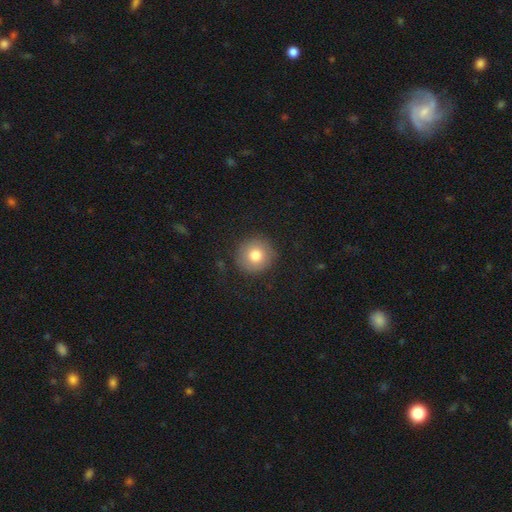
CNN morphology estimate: A smooth galaxy with no disk features (78%) that is round (94%). Merging: none (86%).